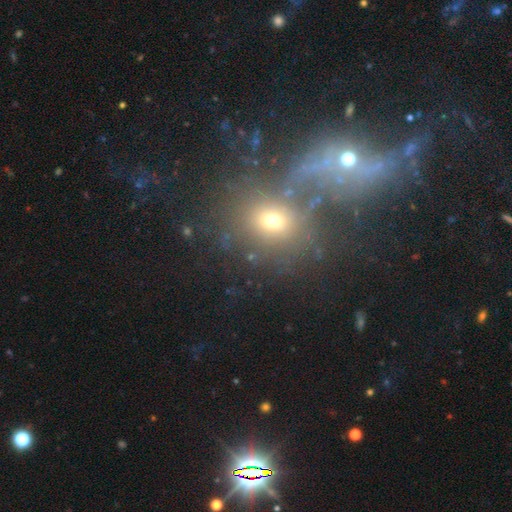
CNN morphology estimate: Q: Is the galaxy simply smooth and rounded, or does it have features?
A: smooth — 46%.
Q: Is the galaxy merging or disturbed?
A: merger — 42%.